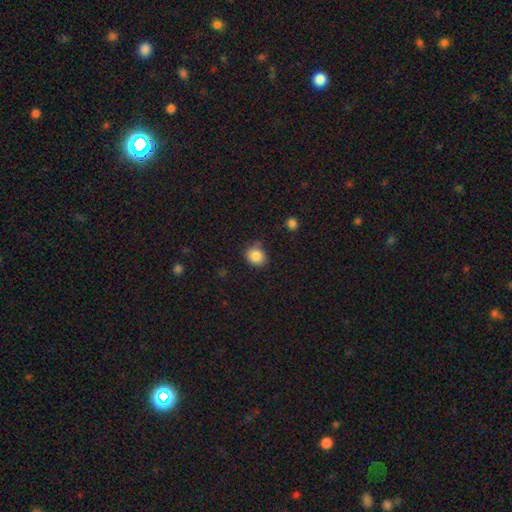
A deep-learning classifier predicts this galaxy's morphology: A smooth galaxy with no disk features (85%) that is round (76%). Merging: none (73%).